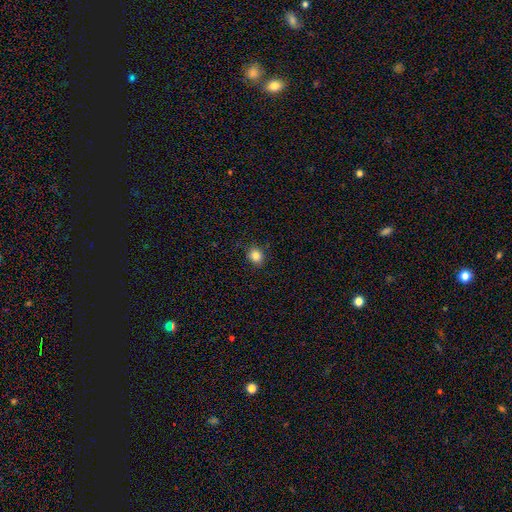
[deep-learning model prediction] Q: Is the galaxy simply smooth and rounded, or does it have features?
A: smooth — 84%.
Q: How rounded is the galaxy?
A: round — 64%.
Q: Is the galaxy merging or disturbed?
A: none — 87%.